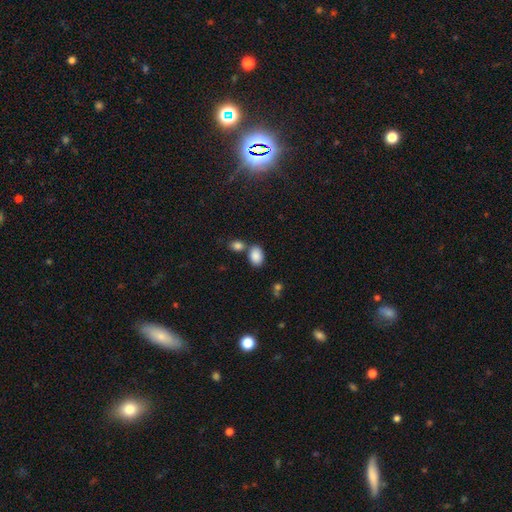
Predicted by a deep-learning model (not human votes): Smooth or featured?
  - smooth: 87% *
  - star or artifact: 8%
  - featured or disk: 5%
How rounded?
  - in between: 86% *
  - round: 13%
  - cigar-shaped: 1%
Merging?
  - none: 61% *
  - merger: 24%
  - minor disturbance: 12%
  - major disturbance: 3%